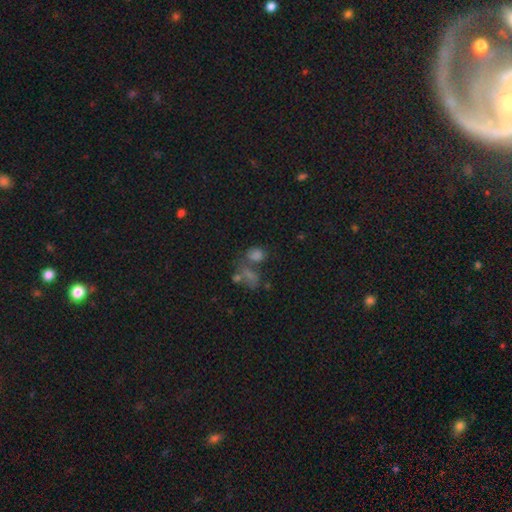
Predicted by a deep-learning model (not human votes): A smooth galaxy with no disk features (63%) that is in between round and cigar-shaped (52%).

Vote fractions:
- Smooth or featured? smooth: 63% / star or artifact: 25% / featured or disk: 11%
- How rounded? in between: 52% / round: 45% / cigar-shaped: 2%
- Merging? none: 41% / merger: 37% / minor disturbance: 13% / major disturbance: 10%